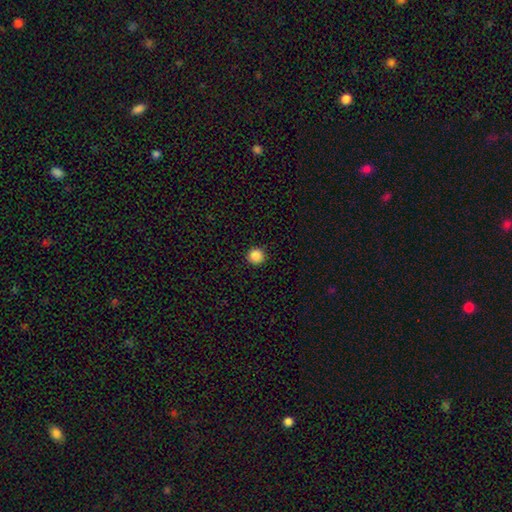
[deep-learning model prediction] This appears to be a smooth galaxy with no disk features (87%) that is round (96%). Merging: none (93%).